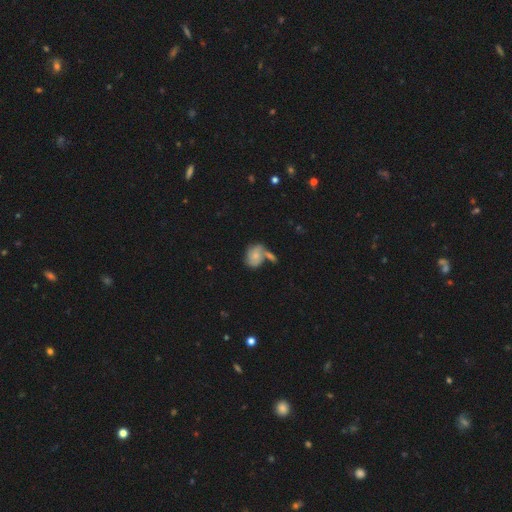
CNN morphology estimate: smooth 55%, featured or disk 35%, star or artifact 9%. Down the decision tree: how rounded — in between (60%); merging — merger (38%).